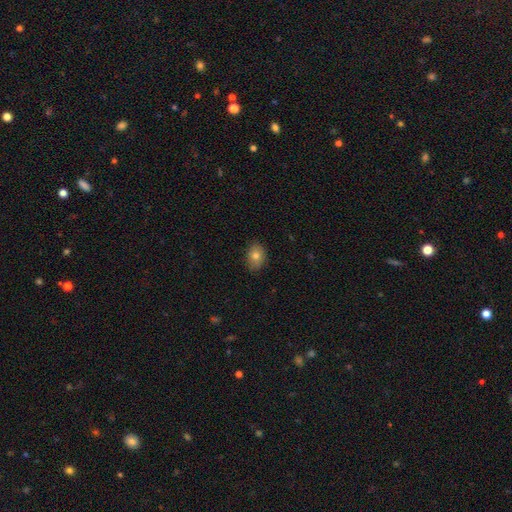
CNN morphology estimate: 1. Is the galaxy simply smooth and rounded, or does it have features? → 79% smooth, 12% featured or disk, 9% star or artifact.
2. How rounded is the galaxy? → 68% in between, 31% round, 1% cigar-shaped.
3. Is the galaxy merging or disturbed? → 84% none, 13% minor disturbance, 2% major disturbance, 1% merger.